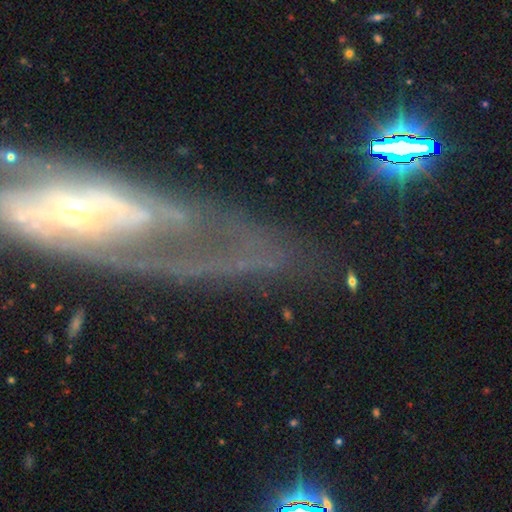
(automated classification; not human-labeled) Overall: featured or disk (64%). Edge-on disk: no (75%). Merging: none (56%; major disturbance 21%).